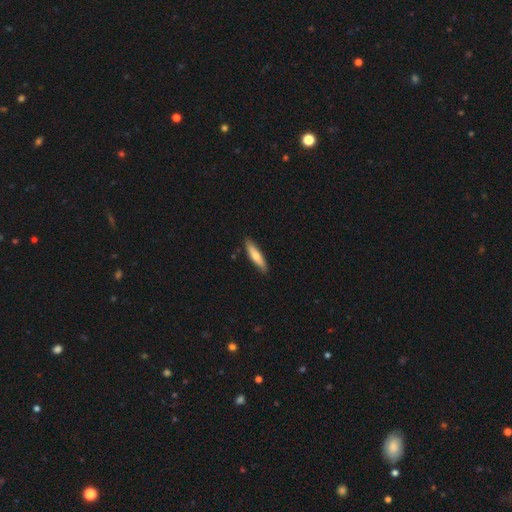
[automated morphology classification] smooth_or_featured: smooth (p=0.65) [alt: featured or disk p=0.29]
how_rounded: cigar-shaped (p=0.77) [alt: in between p=0.22]
merging: none (p=0.85) [alt: minor disturbance p=0.12]